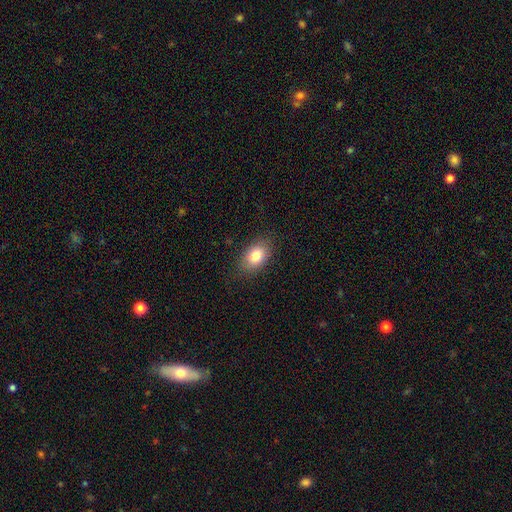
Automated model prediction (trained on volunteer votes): Smooth or featured?
  - smooth: 82% *
  - featured or disk: 10%
  - star or artifact: 8%
How rounded?
  - in between: 86% *
  - round: 13%
  - cigar-shaped: 2%
Merging?
  - none: 83% *
  - minor disturbance: 12%
  - major disturbance: 3%
  - merger: 1%